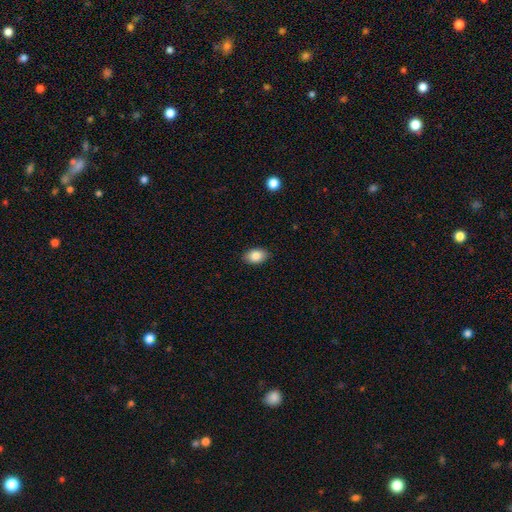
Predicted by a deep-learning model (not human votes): Smooth or featured? smooth (86%)
How rounded? in between (86%)
Merging? none (88%)